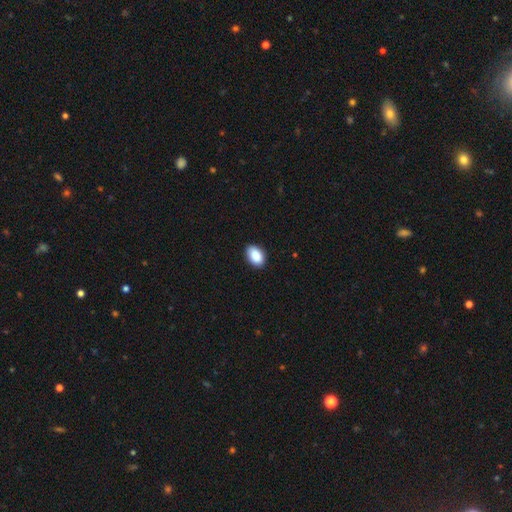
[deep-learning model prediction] smooth-or-featured: smooth: 90% | star or artifact: 7% | featured or disk: 3%
  how-rounded: in between: 89% | round: 10% | cigar-shaped: 1%
  merging: none: 87% | minor disturbance: 10% | major disturbance: 2% | merger: 1%